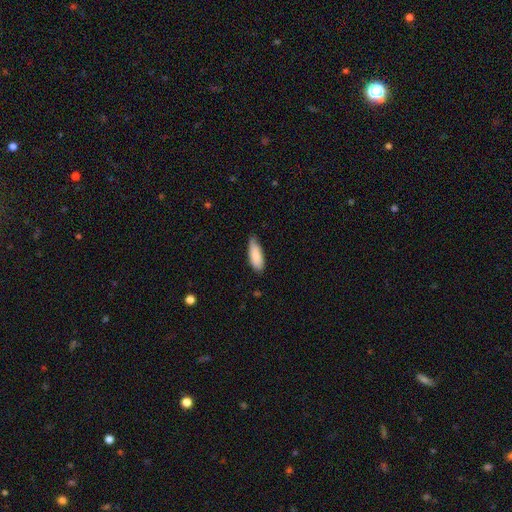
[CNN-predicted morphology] Smooth or featured?
  - smooth: 86% *
  - featured or disk: 9%
  - star or artifact: 6%
How rounded?
  - in between: 71% *
  - cigar-shaped: 27%
  - round: 2%
Merging?
  - none: 68% *
  - minor disturbance: 28%
  - major disturbance: 3%
  - merger: 1%